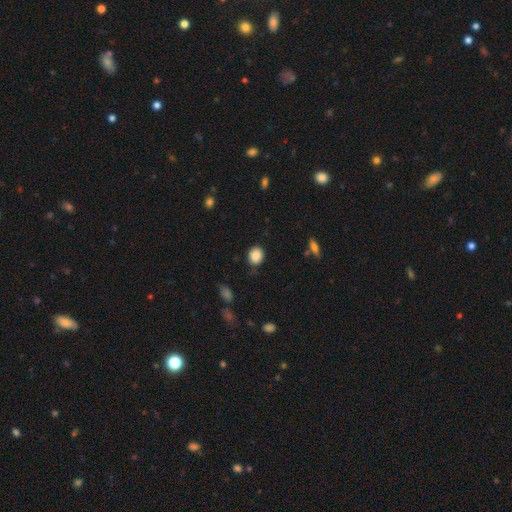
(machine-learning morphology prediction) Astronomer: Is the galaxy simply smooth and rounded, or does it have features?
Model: smooth — 88%.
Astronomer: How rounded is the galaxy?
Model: round — 65%.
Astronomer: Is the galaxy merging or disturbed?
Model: none — 83%.